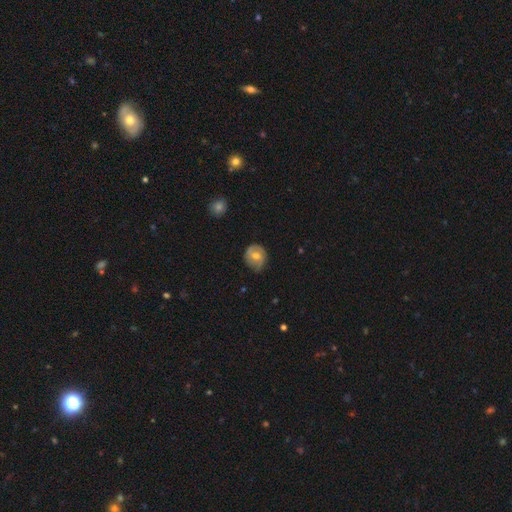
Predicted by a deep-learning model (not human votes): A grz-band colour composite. It shows a featured or disk galaxy (55%) with no bar (51%), spiral arms (81%) and a moderate central bulge (67%). Merging: none (67%).